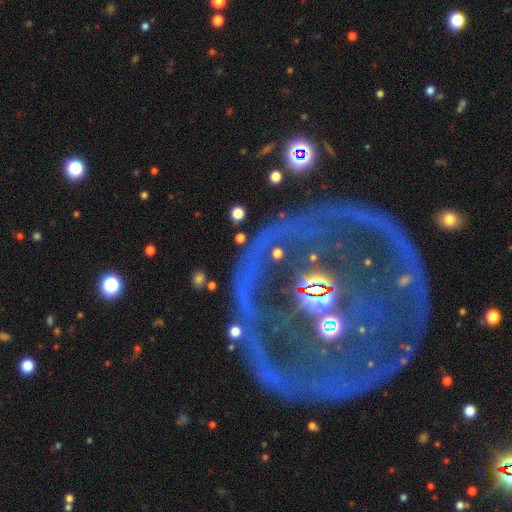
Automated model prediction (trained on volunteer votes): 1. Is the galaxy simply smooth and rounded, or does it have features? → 48% featured or disk, 35% star or artifact, 17% smooth.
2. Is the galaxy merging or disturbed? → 73% none, 12% minor disturbance, 10% major disturbance, 5% merger.